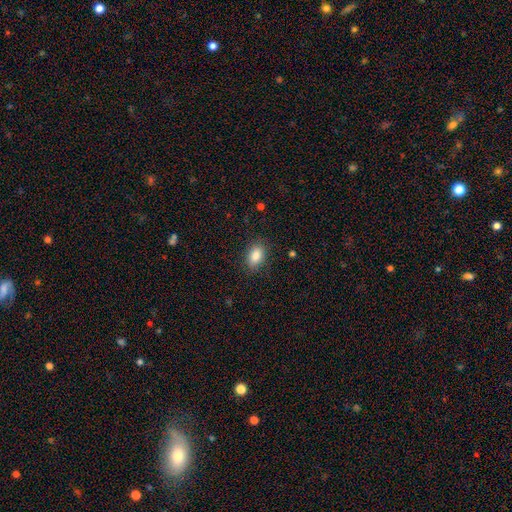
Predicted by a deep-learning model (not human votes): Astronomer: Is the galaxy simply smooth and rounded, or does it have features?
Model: smooth — 86%.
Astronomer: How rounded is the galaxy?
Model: in between — 87%.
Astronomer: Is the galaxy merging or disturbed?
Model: none — 84%.